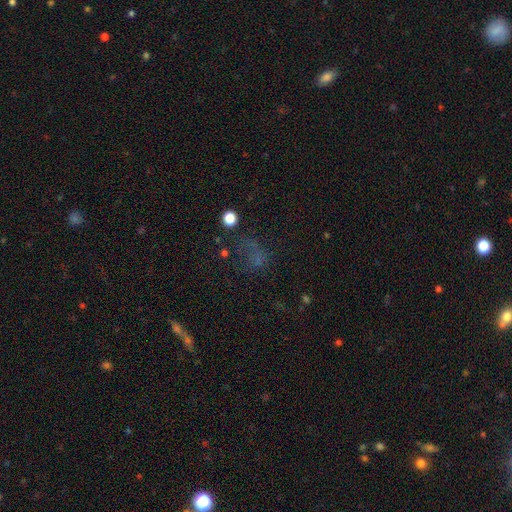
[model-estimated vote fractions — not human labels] smooth 41%, star or artifact 39%, featured or disk 20%. Down the decision tree: merging — none (43%).